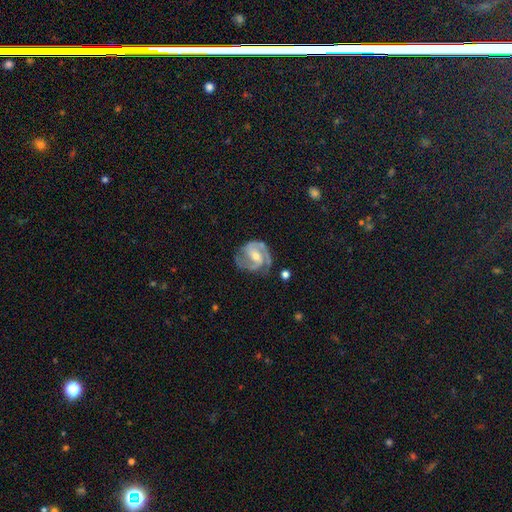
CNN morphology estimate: The model was most divided on "bulge size": moderate: 52%, small: 44%, large: 2%, none: 1%, dominant: 1%. Remaining: edge-on disk — no (98%); spiral arms — yes (97%); smooth or featured — featured or disk (89%); spiral arm count — 2 (78%); merging — none (68%); spiral winding — medium (50%); bar — weak (46%).